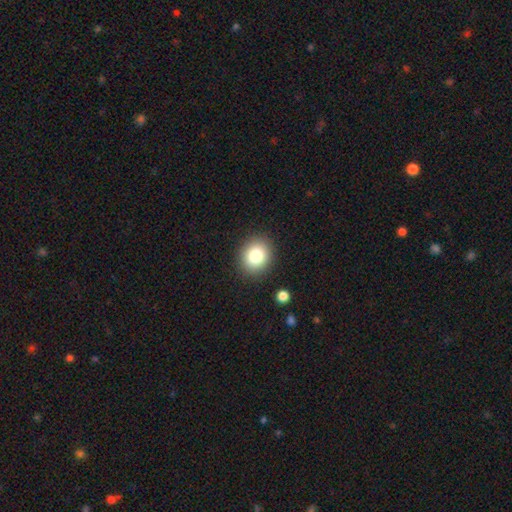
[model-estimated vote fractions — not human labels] smooth-or-featured: smooth: 81% | star or artifact: 10% | featured or disk: 8%
  how-rounded: round: 69% | in between: 30% | cigar-shaped: 1%
  merging: none: 89% | minor disturbance: 7% | major disturbance: 2% | merger: 2%